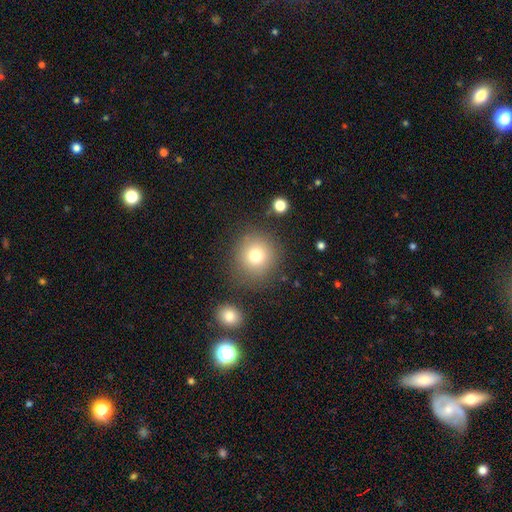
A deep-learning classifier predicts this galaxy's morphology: Q: Smooth or featured?
A: smooth (77%); runner-up: star or artifact (13%)
Q: How rounded?
A: round (91%); runner-up: in between (8%)
Q: Merging?
A: none (81%); runner-up: minor disturbance (9%)